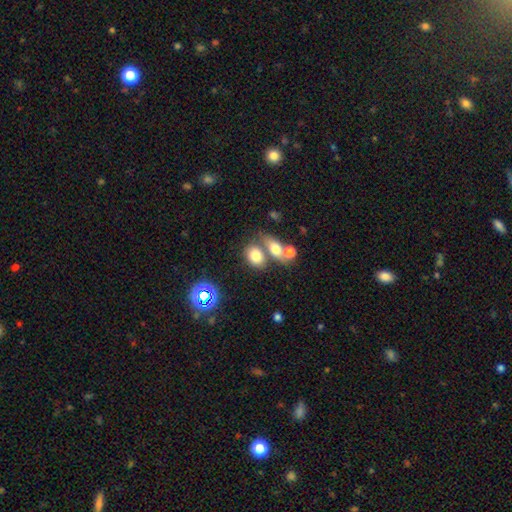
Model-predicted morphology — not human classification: smooth_or_featured: smooth (p=0.74) [alt: star or artifact p=0.14]
how_rounded: in between (p=0.64) [alt: round p=0.34]
merging: none (p=0.45) [alt: merger p=0.38]